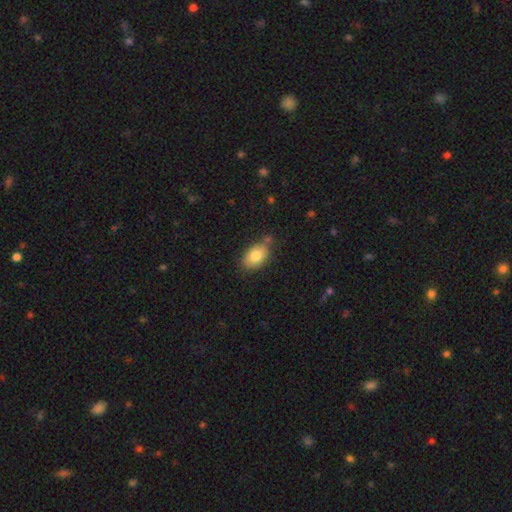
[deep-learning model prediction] Smooth or featured?
  - smooth: 81% *
  - featured or disk: 11%
  - star or artifact: 8%
How rounded?
  - in between: 86% *
  - round: 13%
  - cigar-shaped: 1%
Merging?
  - none: 72% *
  - minor disturbance: 18%
  - merger: 6%
  - major disturbance: 4%